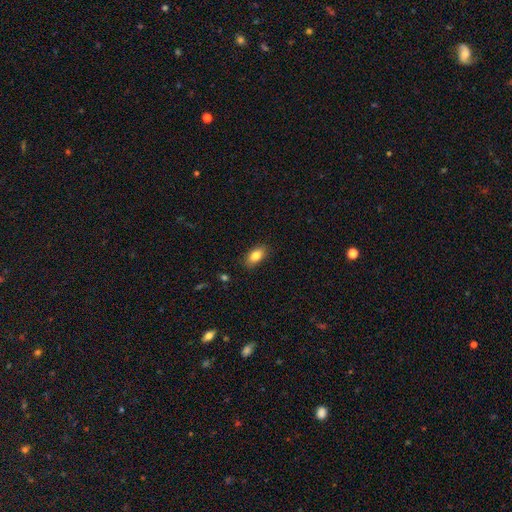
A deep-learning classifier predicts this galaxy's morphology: A smooth galaxy with no disk features (83%) that is in between round and cigar-shaped (90%). Merging: none (86%).